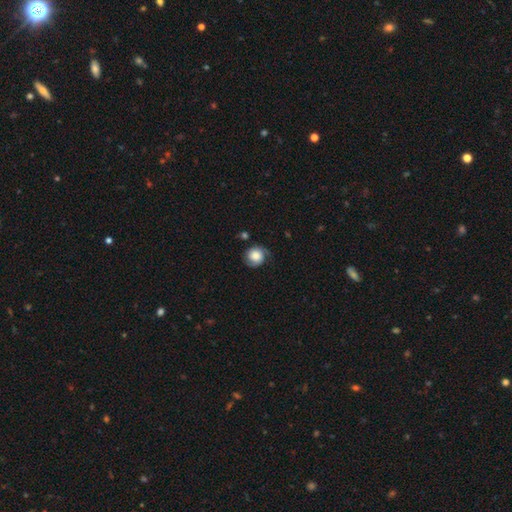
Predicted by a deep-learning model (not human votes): Q: Smooth or featured?
A: smooth (53%); runner-up: featured or disk (38%)
Q: How rounded?
A: round (82%); runner-up: in between (17%)
Q: Merging?
A: none (66%); runner-up: minor disturbance (23%)